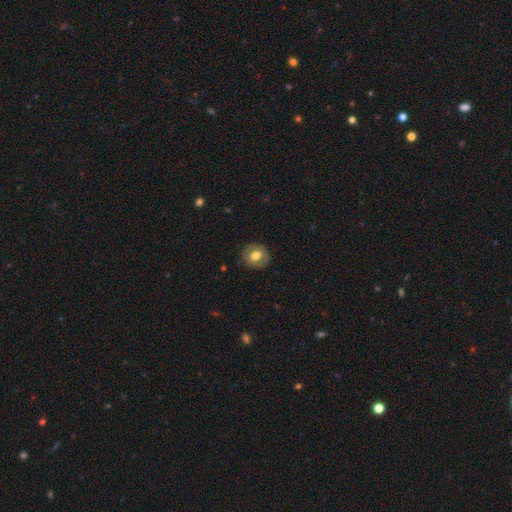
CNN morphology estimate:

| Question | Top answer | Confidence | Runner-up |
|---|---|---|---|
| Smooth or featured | smooth | 62% | featured or disk (31%) |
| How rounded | round | 85% | in between (14%) |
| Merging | none | 86% | minor disturbance (10%) |